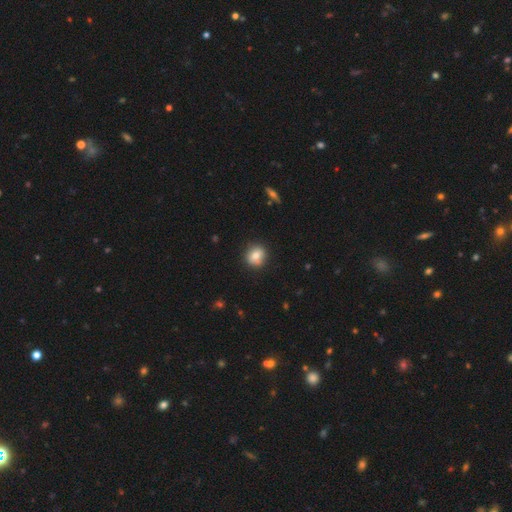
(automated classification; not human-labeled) This is likely a smooth galaxy (78%). How rounded: likely round (79%). Merging: clearly none (84%).